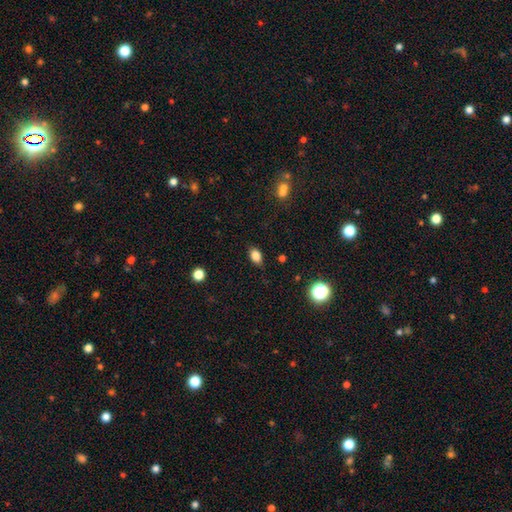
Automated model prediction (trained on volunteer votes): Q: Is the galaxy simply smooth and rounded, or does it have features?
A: smooth — 82%.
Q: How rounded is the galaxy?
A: in between — 84%.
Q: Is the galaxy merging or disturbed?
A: none — 84%.